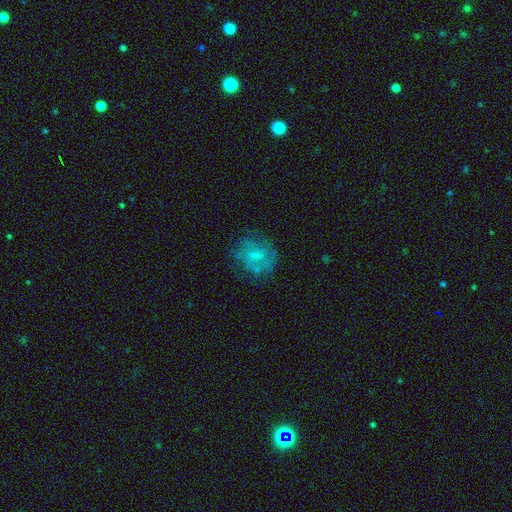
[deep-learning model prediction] The model was most divided on "smooth or featured": featured or disk: 48%, smooth: 42%, star or artifact: 10%. More confident: merging — none (62%).